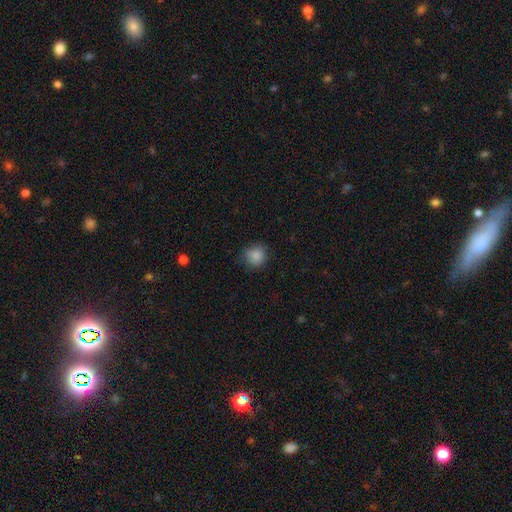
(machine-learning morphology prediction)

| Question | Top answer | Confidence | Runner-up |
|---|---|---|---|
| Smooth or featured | smooth | 86% | star or artifact (10%) |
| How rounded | round | 86% | in between (13%) |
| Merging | none | 79% | minor disturbance (16%) |